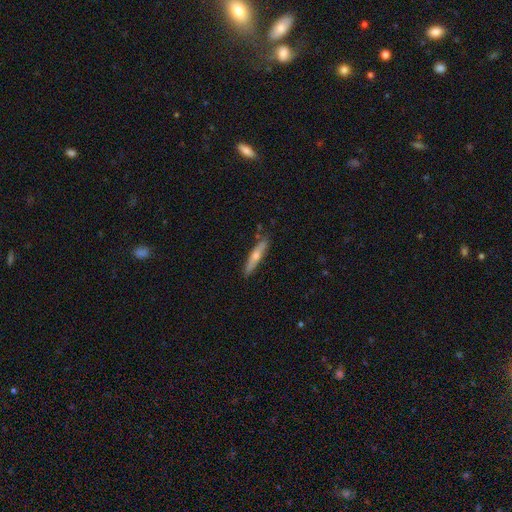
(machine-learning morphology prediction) Smooth or featured?
  - featured or disk: 50% *
  - smooth: 43%
  - star or artifact: 6%
Edge-on disk?
  - yes: 90% *
  - no: 10%
Merging?
  - none: 84% *
  - minor disturbance: 12%
  - merger: 2%
  - major disturbance: 2%